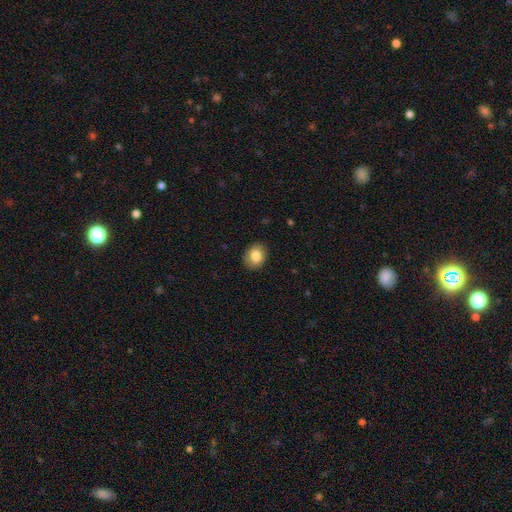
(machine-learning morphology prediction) Overall: smooth (84%). How rounded: round (54%; in between 45%). Merging: none (88%).